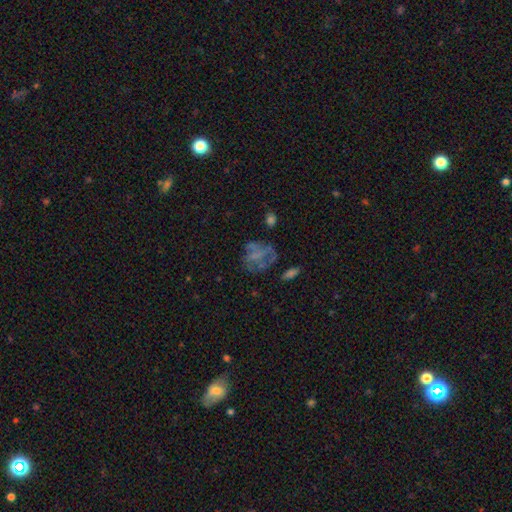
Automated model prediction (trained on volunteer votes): Smooth or featured? featured or disk (45%)
Merging? none (46%)